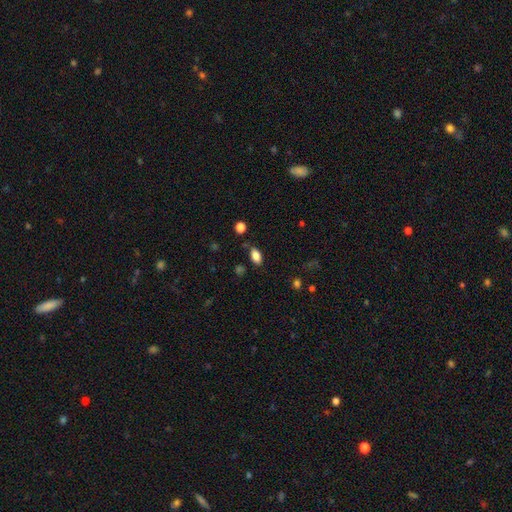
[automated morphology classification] Overall: smooth (84%). How rounded: in between (91%). Merging: none (76%).